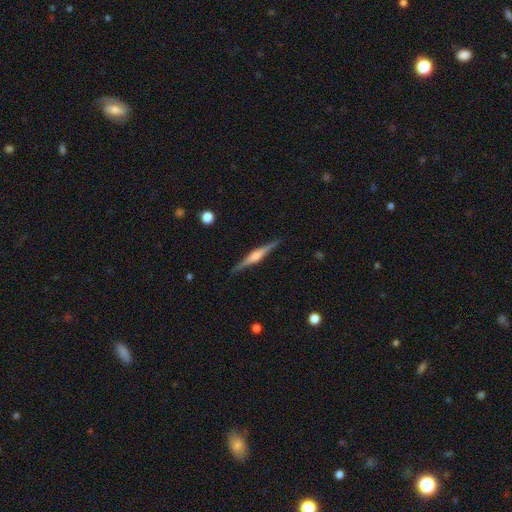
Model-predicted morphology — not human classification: A featured or disk galaxy (80%) viewed edge-on (98%) with a rounded central bulge (81%).

Vote fractions:
- Smooth or featured? featured or disk: 80% / smooth: 14% / star or artifact: 5%
- Edge-on disk? yes: 98% / no: 2%
- Edge-on bulge? rounded: 81% / boxy: 14% / none: 5%
- Merging? none: 91% / minor disturbance: 7% / major disturbance: 1% / merger: 1%